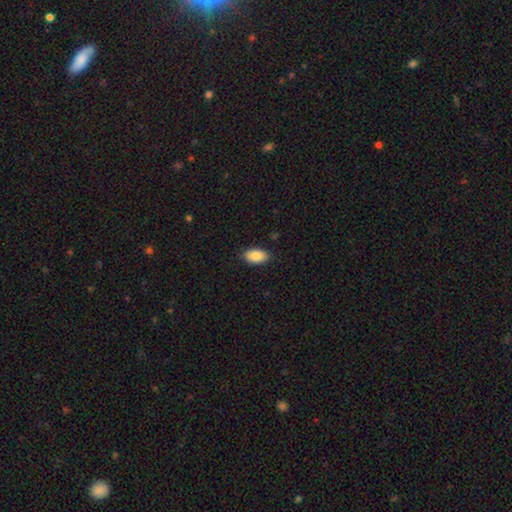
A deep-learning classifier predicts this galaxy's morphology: smooth_or_featured: smooth (p=0.88) [alt: star or artifact p=0.07]
how_rounded: in between (p=0.94) [alt: round p=0.04]
merging: none (p=0.87) [alt: minor disturbance p=0.10]